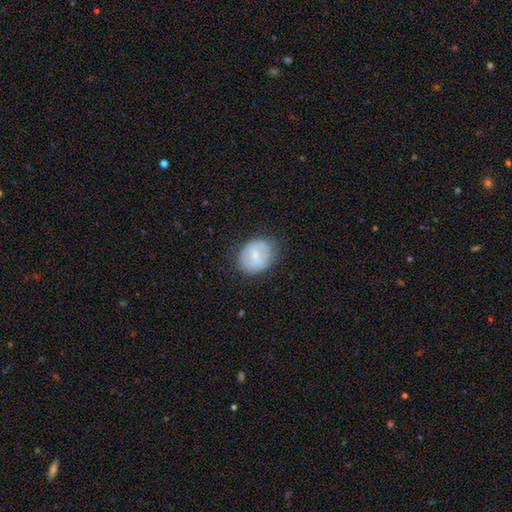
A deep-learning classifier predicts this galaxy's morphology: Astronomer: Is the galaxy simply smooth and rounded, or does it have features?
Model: smooth — 54% (runner-up: featured or disk, 39%).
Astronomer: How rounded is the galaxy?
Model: in between — 50% (runner-up: round, 49%).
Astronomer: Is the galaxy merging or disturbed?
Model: none — 74%.